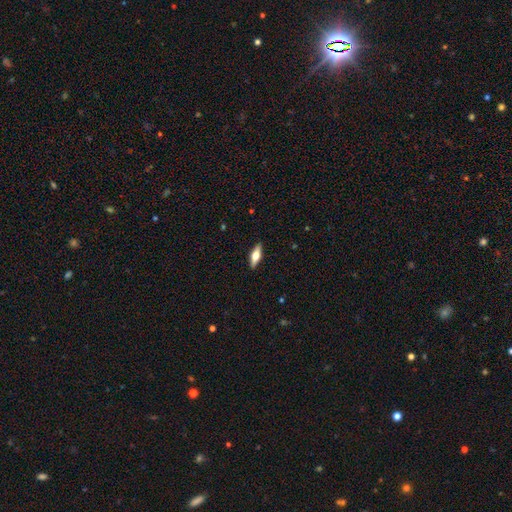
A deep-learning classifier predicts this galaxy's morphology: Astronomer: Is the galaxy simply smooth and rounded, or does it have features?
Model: smooth — 47%, tied with featured or disk at 47%.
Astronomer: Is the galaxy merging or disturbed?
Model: none — 90%.